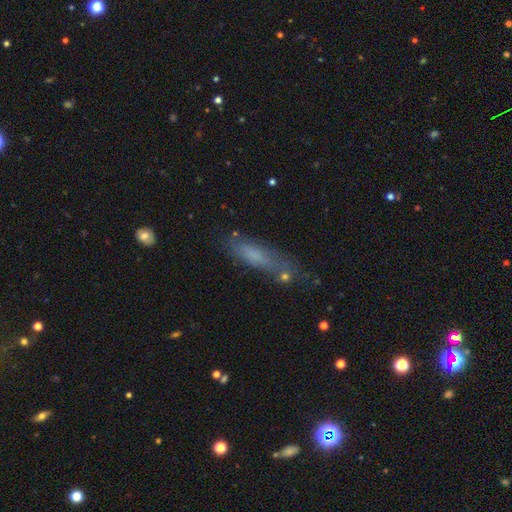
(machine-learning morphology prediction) The model was most divided on "smooth or featured": smooth: 58%, featured or disk: 27%, star or artifact: 15%. More confident: how rounded — cigar-shaped (67%); merging — none (59%).